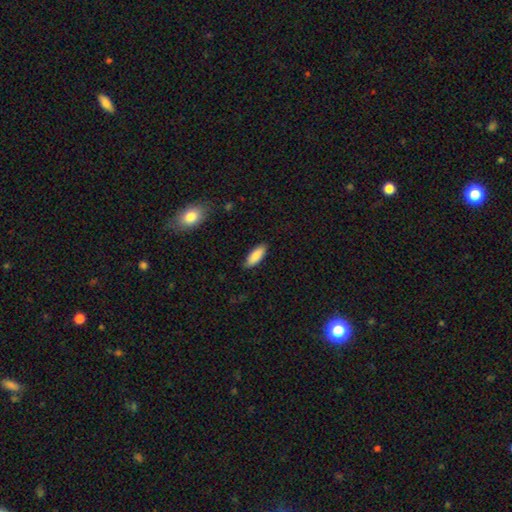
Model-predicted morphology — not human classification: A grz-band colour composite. It shows a smooth galaxy with no disk features (86%) that is in between round and cigar-shaped (74%). Merging: none (88%).